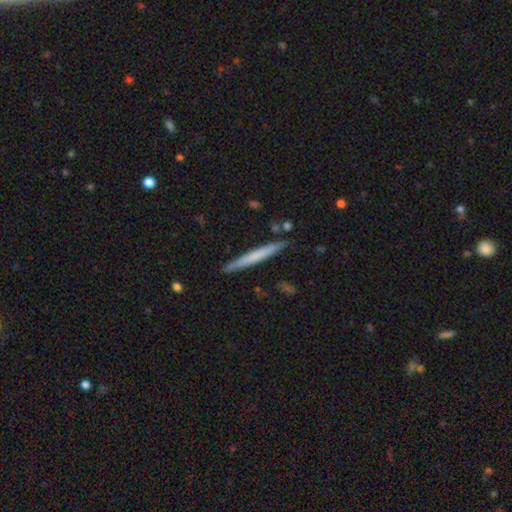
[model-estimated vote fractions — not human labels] Smooth or featured: smooth — 59% (featured or disk — 35%)
How rounded: cigar-shaped — 97% (in between — 2%)
Merging: none — 88% (minor disturbance — 9%)